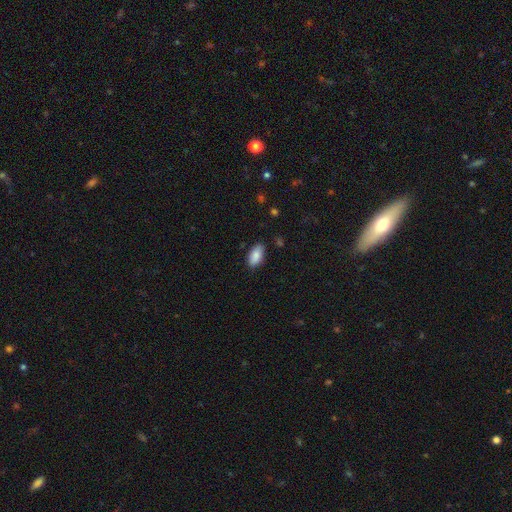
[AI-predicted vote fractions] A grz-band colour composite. It shows a smooth galaxy with no disk features (87%) that is in between round and cigar-shaped (93%). Merging: none (84%).